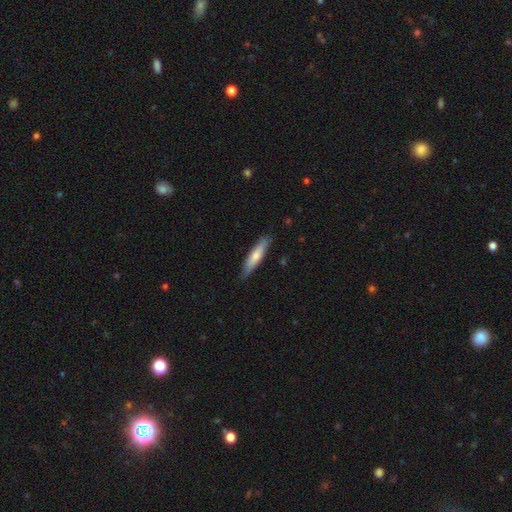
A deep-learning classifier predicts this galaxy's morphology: Smooth or featured? smooth (69%)
How rounded? cigar-shaped (83%)
Merging? none (85%)